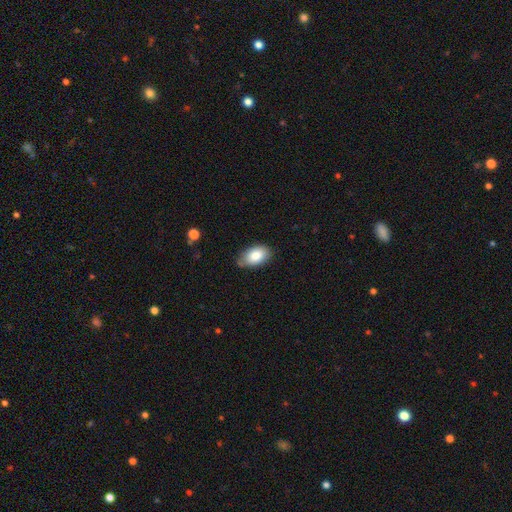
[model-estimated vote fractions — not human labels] The model was most divided on "merging": none: 72%, minor disturbance: 23%, major disturbance: 4%, merger: 2%. More confident: how rounded — in between (92%); smooth or featured — smooth (85%).